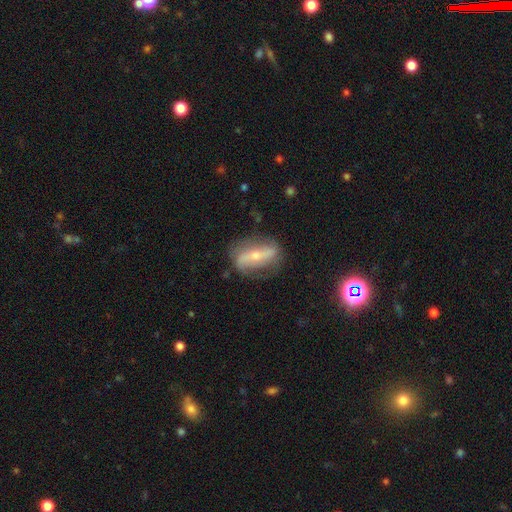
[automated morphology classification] This appears to be a featured or disk galaxy (73%) with a strong bar (59%), spiral arms (79%) and a small central bulge (58%). Merging: none (72%).